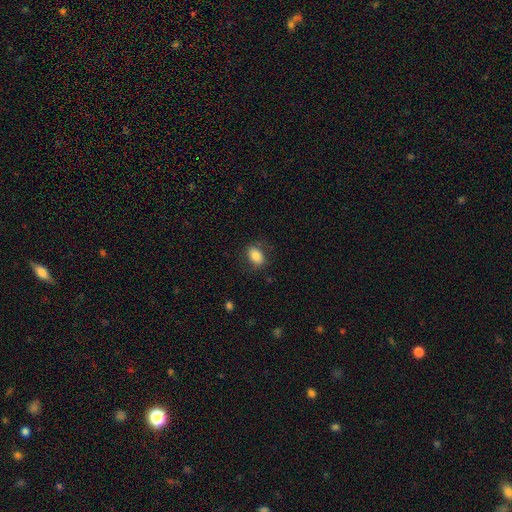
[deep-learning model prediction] The model was most divided on "merging": none: 76%, minor disturbance: 17%, major disturbance: 6%, merger: 1%. More confident: how rounded — in between (82%); smooth or featured — smooth (81%).